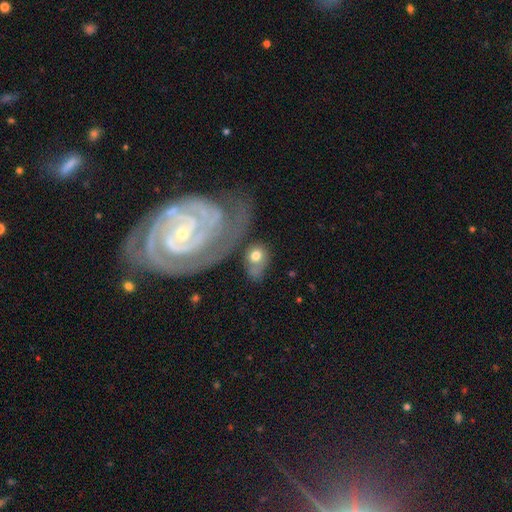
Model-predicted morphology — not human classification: Smooth or featured? smooth (64%)
How rounded? in between (55%)
Merging? none (50%)